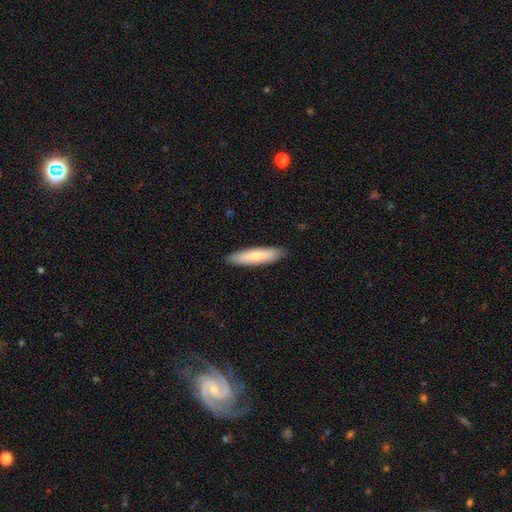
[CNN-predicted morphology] smooth 74%, featured or disk 21%, star or artifact 5%. Down the decision tree: how rounded — cigar-shaped (79%); merging — none (89%).